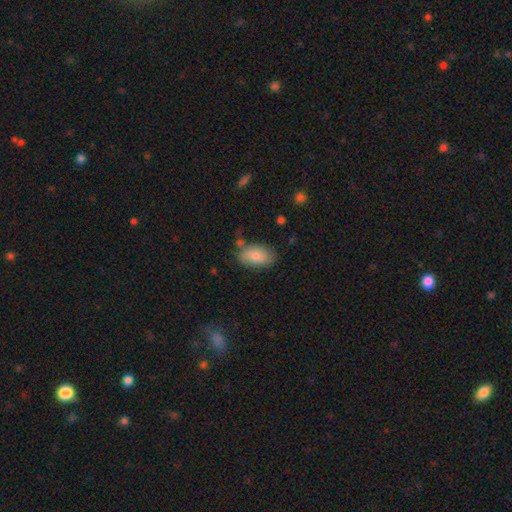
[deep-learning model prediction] smooth-or-featured: smooth: 77% | featured or disk: 16% | star or artifact: 7%
  how-rounded: in between: 92% | round: 6% | cigar-shaped: 2%
  merging: none: 73% | minor disturbance: 18% | merger: 5% | major disturbance: 4%